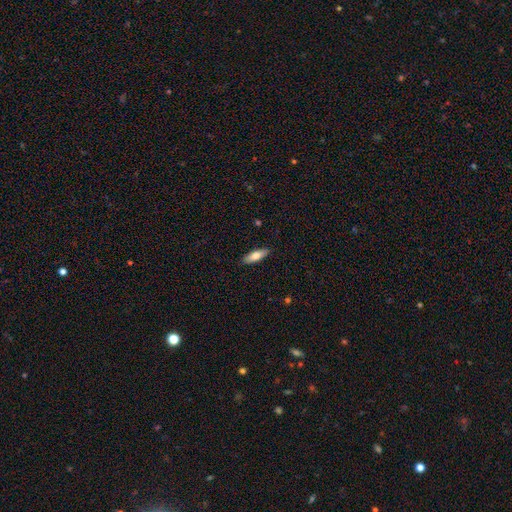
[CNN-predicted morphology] The model was most divided on "how rounded": in between: 52%, cigar-shaped: 46%, round: 2%. More confident: merging — none (89%); smooth or featured — smooth (71%).